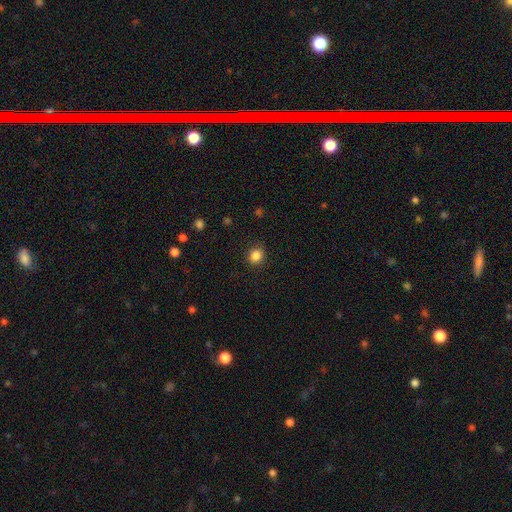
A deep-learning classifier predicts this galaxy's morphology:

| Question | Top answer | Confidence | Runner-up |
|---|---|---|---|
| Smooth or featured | smooth | 85% | star or artifact (11%) |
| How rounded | round | 83% | in between (16%) |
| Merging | none | 89% | minor disturbance (7%) |